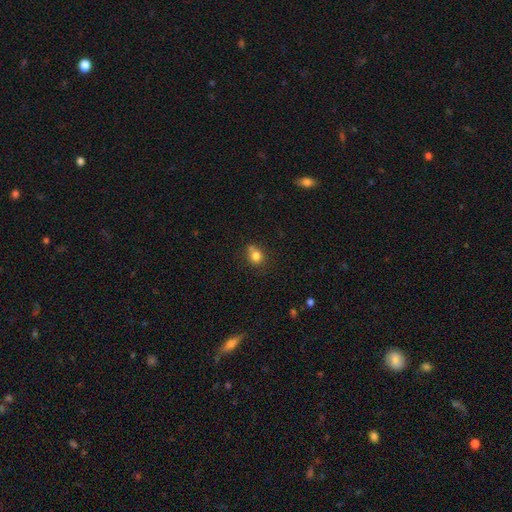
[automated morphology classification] smooth_or_featured: smooth (p=0.80) [alt: star or artifact p=0.11]
how_rounded: round (p=0.71) [alt: in between p=0.28]
merging: none (p=0.56) [alt: minor disturbance p=0.21]